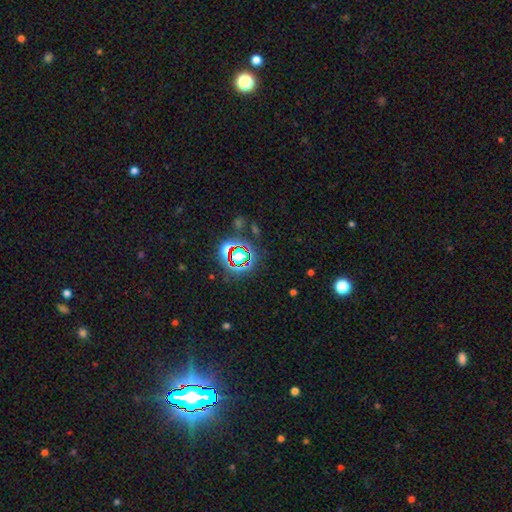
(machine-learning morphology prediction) Overall: star or artifact (78%).